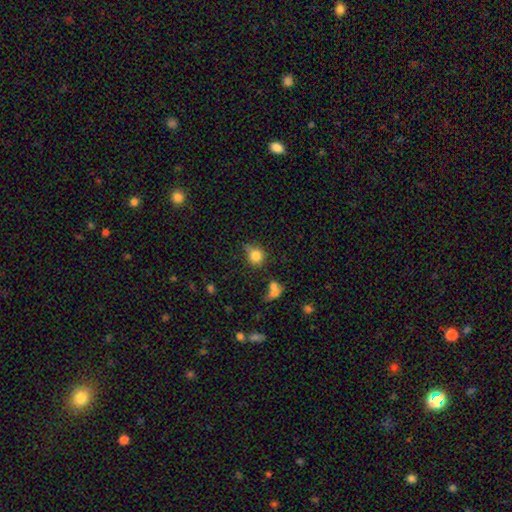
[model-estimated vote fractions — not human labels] Q: Smooth or featured?
A: smooth (80%); runner-up: star or artifact (12%)
Q: How rounded?
A: round (81%); runner-up: in between (18%)
Q: Merging?
A: none (59%); runner-up: minor disturbance (25%)